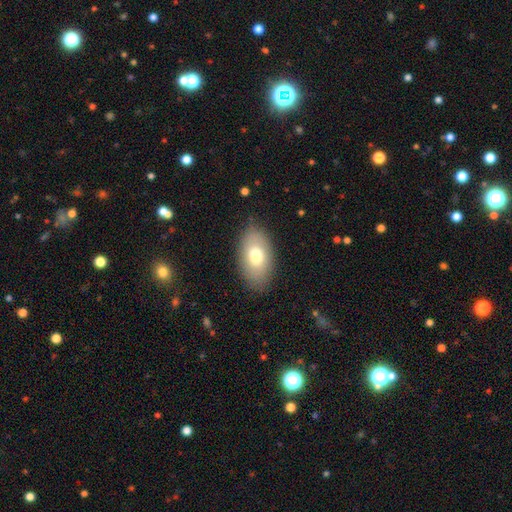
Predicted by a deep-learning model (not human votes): Smooth or featured: smooth — 73% (featured or disk — 19%)
How rounded: in between — 93% (round — 6%)
Merging: none — 84% (minor disturbance — 12%)